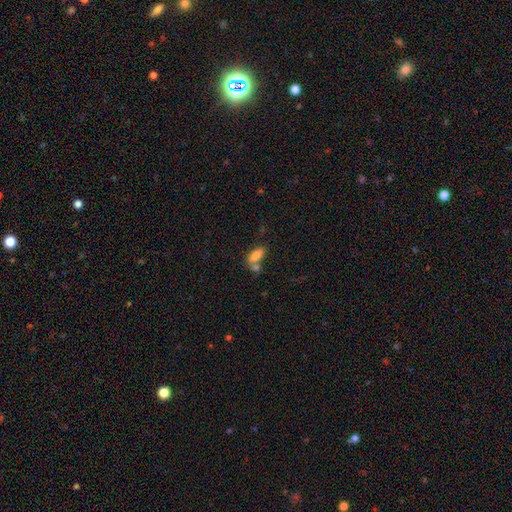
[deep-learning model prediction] smooth_or_featured: smooth (p=0.78) [alt: featured or disk p=0.14]
how_rounded: in between (p=0.79) [alt: cigar-shaped p=0.18]
merging: none (p=0.41) [alt: merger p=0.39]